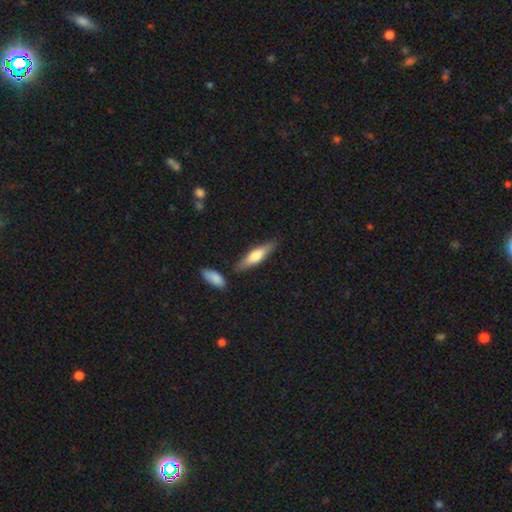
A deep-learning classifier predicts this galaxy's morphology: The model was most divided on "smooth or featured": smooth: 57%, featured or disk: 37%, star or artifact: 6%. More confident: merging — none (79%); how rounded — cigar-shaped (71%).